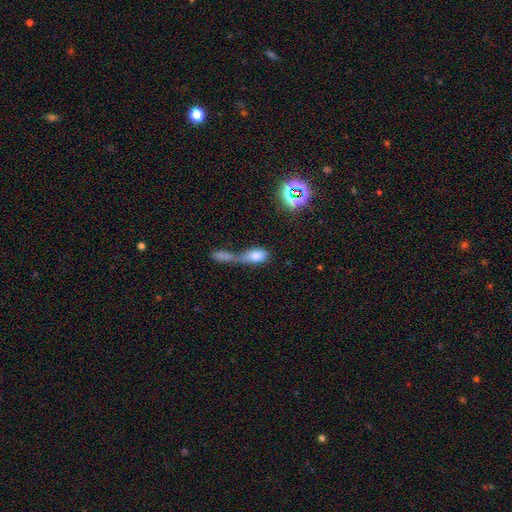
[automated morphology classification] Smooth or featured: smooth — 74% (featured or disk — 14%)
How rounded: in between — 82% (round — 10%)
Merging: merger — 67% (none — 15%)